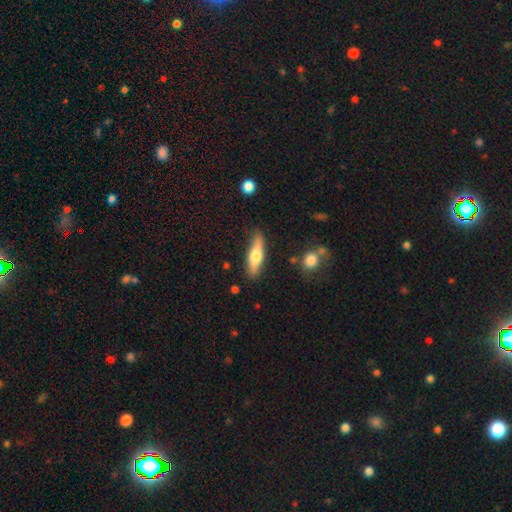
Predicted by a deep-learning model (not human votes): Morphology: type=smooth (54%); roundness=cigar-shaped (67%); merging=none (84%).